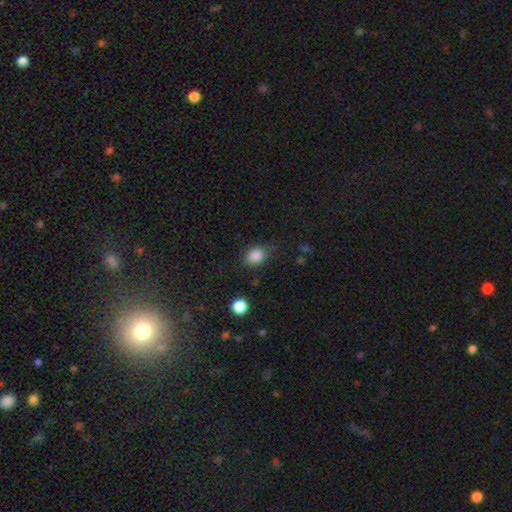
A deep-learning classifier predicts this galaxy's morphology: smooth_or_featured: smooth (p=0.85) [alt: star or artifact p=0.10]
how_rounded: in between (p=0.60) [alt: round p=0.39]
merging: none (p=0.74) [alt: minor disturbance p=0.20]